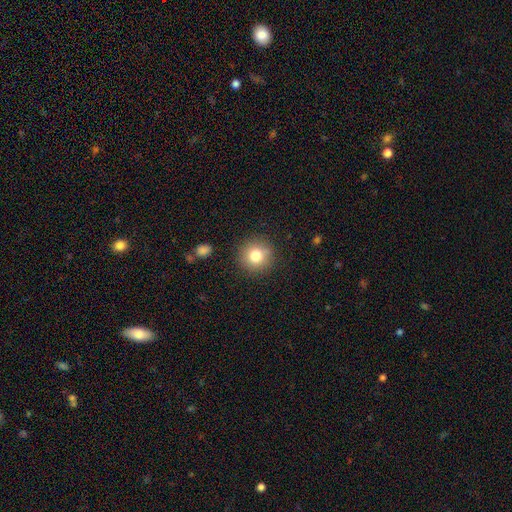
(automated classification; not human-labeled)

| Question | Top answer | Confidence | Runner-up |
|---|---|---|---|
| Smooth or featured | smooth | 79% | star or artifact (11%) |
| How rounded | round | 93% | in between (6%) |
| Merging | none | 87% | minor disturbance (8%) |